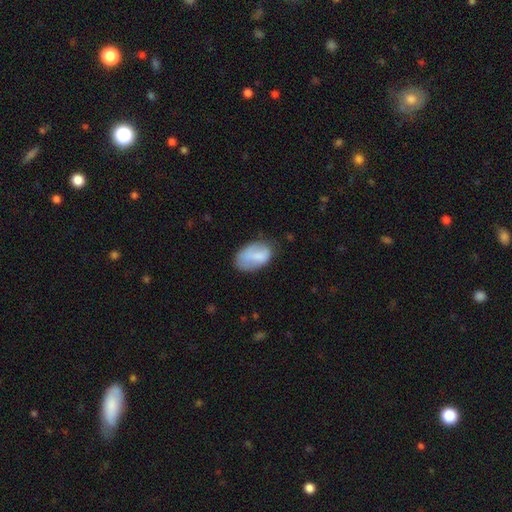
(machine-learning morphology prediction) This is likely a smooth galaxy (76%). How rounded: clearly in between (91%). Merging: possibly none (58%).